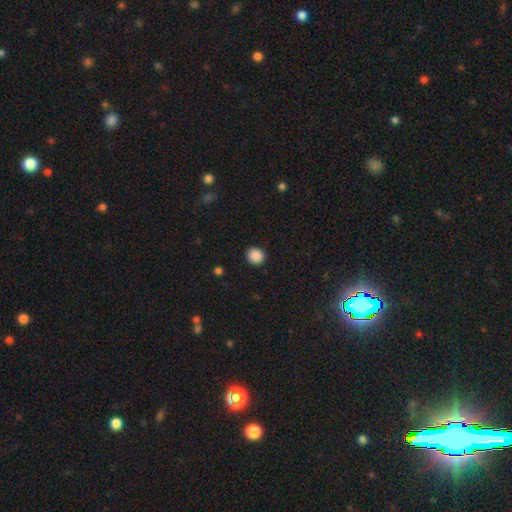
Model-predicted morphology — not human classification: smooth_or_featured: smooth (p=0.88) [alt: star or artifact p=0.10]
how_rounded: round (p=0.87) [alt: in between p=0.12]
merging: none (p=0.92) [alt: minor disturbance p=0.05]